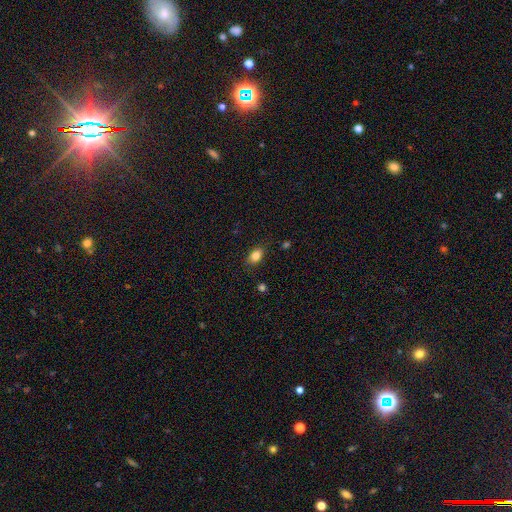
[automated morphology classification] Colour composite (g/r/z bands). It shows a smooth galaxy with no disk features (83%) that is in between round and cigar-shaped (83%). Merging: none (84%).